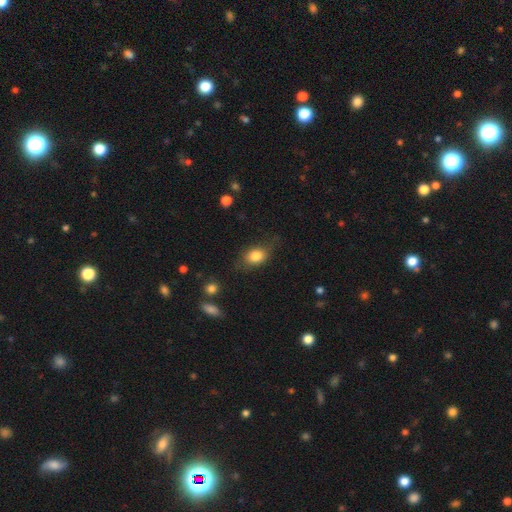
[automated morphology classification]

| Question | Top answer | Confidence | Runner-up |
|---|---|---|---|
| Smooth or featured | smooth | 81% | featured or disk (10%) |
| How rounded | in between | 71% | round (27%) |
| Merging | none | 69% | minor disturbance (22%) |